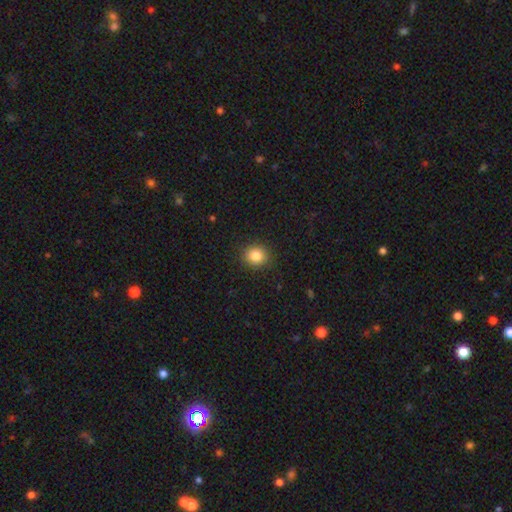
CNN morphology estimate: A smooth galaxy with no disk features (84%) that is round (79%).

Vote fractions:
- Smooth or featured? smooth: 84% / star or artifact: 11% / featured or disk: 5%
- How rounded? round: 79% / in between: 20% / cigar-shaped: 1%
- Merging? none: 90% / minor disturbance: 7% / major disturbance: 2% / merger: 1%